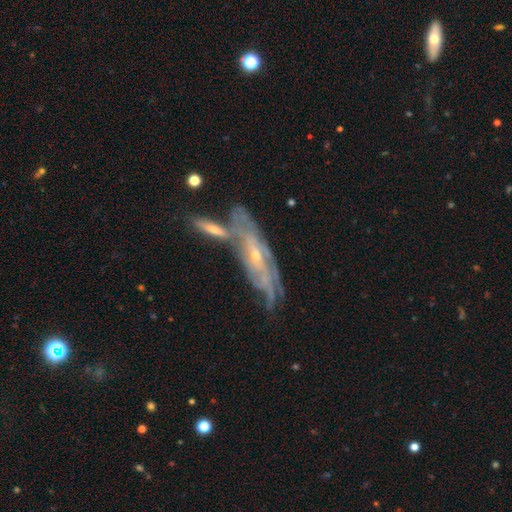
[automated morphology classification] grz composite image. It shows a featured or disk galaxy (82%) with no bar (56%), tight (68%) spiral arms (90%) and a small central bulge (73%). Merging: none (50%).